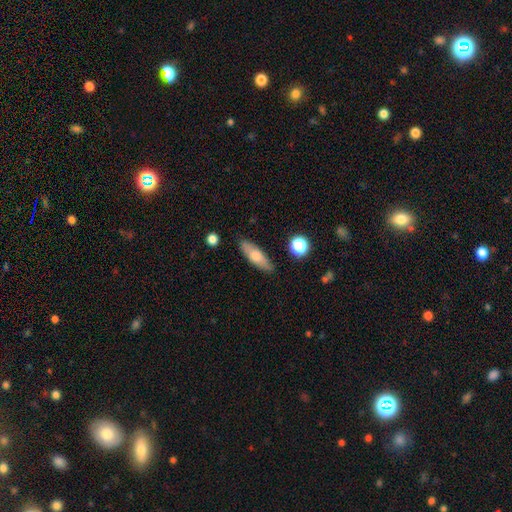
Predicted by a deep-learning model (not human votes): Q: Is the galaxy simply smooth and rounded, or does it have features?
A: smooth — 67%.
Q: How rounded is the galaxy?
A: cigar-shaped — 49%.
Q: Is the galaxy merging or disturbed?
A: none — 84%.